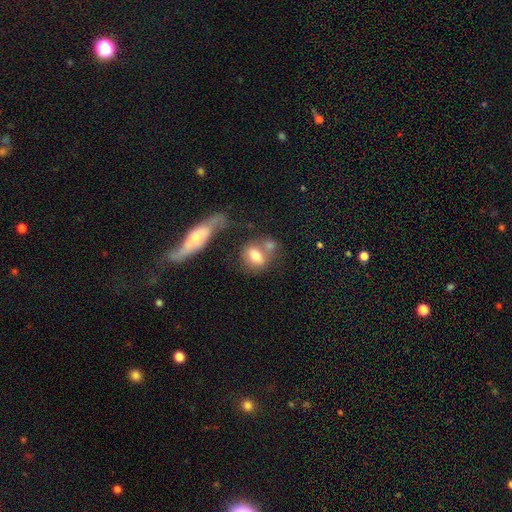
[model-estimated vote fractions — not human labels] The model was most divided on "merging": none: 44%, merger: 33%, minor disturbance: 15%, major disturbance: 8%. More confident: smooth or featured — smooth (73%); how rounded — in between (69%).